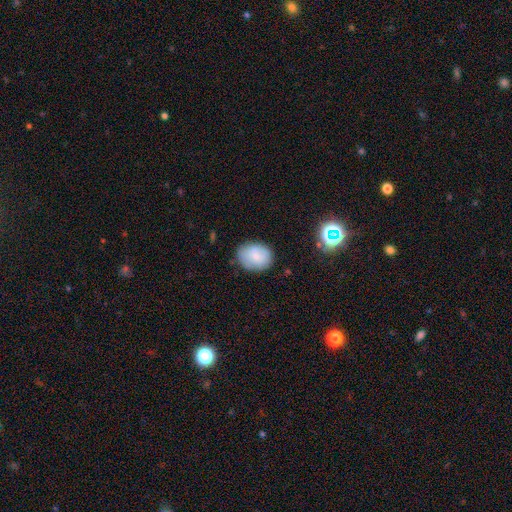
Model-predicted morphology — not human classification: Smooth or featured?
  - smooth: 78% *
  - featured or disk: 14%
  - star or artifact: 8%
How rounded?
  - in between: 59% *
  - round: 40%
  - cigar-shaped: 1%
Merging?
  - none: 78% *
  - minor disturbance: 17%
  - major disturbance: 4%
  - merger: 2%